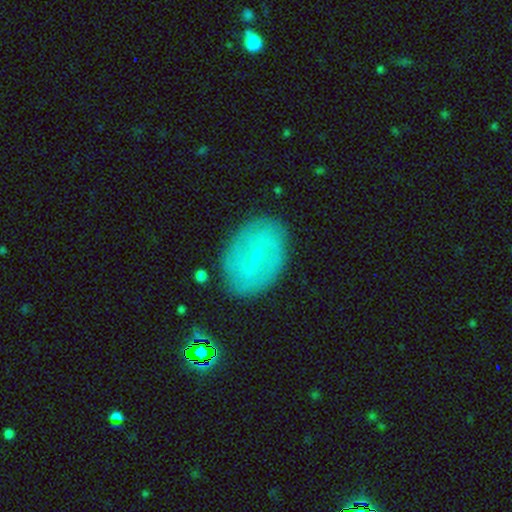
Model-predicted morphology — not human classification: smooth-or-featured: featured or disk: 60% | smooth: 32% | star or artifact: 8%
  disk-edge-on: no: 93% | yes: 7%
    bar: weak: 52% | strong: 26% | no: 22%
    has-spiral-arms: yes: 54% | no: 46%
    bulge-size: small: 77% | moderate: 17% | none: 3% | large: 1% | dominant: 1%
  merging: none: 82% | minor disturbance: 13% | major disturbance: 4% | merger: 2%